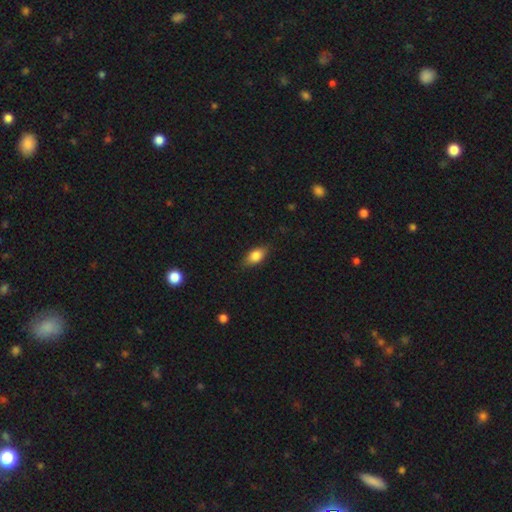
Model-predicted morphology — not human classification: smooth_or_featured: smooth (p=0.78) [alt: featured or disk p=0.14]
how_rounded: in between (p=0.85) [alt: cigar-shaped p=0.08]
merging: none (p=0.83) [alt: minor disturbance p=0.14]